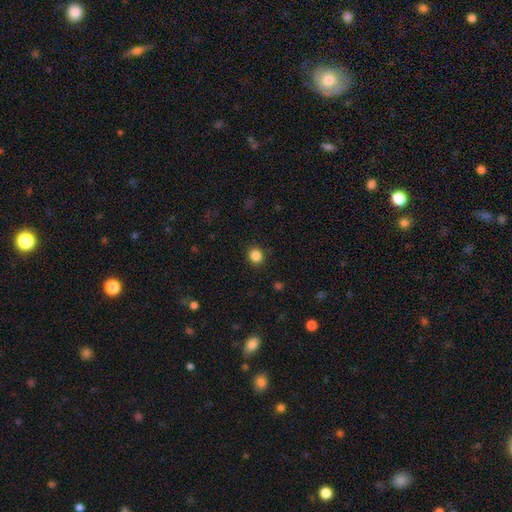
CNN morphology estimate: A smooth galaxy with no disk features (86%) that is round (85%). Merging: none (91%).